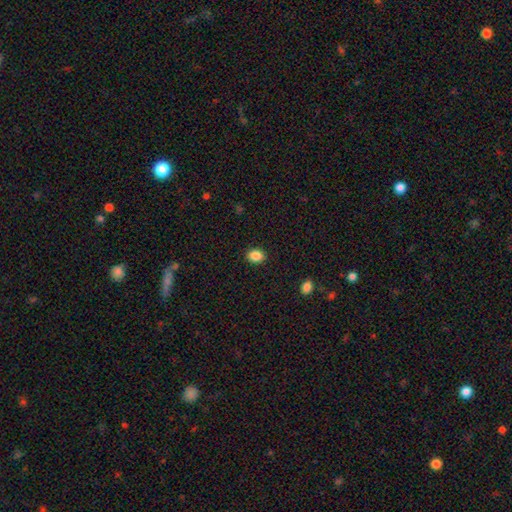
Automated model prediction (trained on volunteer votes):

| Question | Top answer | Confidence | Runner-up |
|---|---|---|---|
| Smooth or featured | smooth | 87% | star or artifact (9%) |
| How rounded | in between | 58% | round (41%) |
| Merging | none | 90% | minor disturbance (7%) |